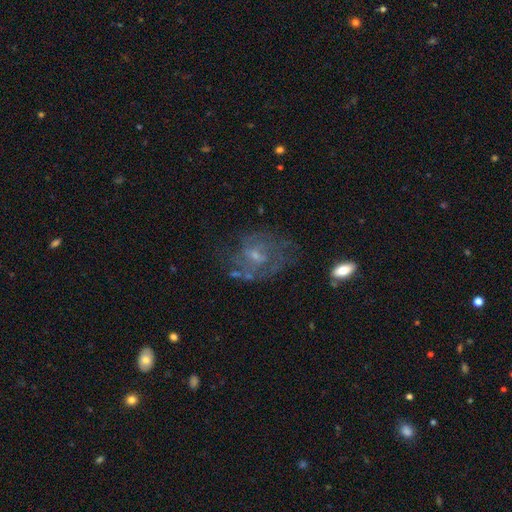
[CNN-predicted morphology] This appears to be a featured or disk galaxy (70%) with no bar (49%), spiral arms (69%) and a small central bulge (63%). Merging: none (53%).